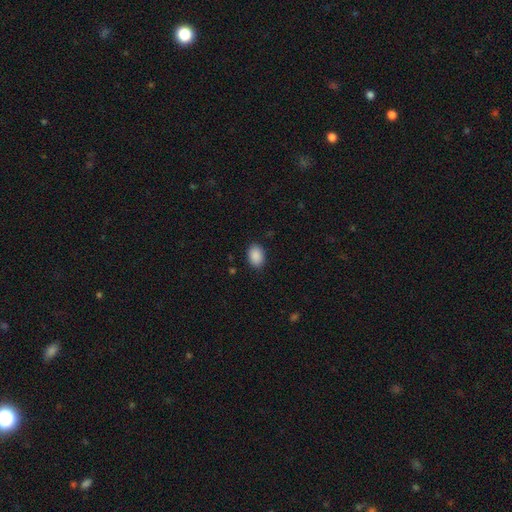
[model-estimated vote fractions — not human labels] smooth_or_featured: smooth (p=0.90) [alt: star or artifact p=0.07]
how_rounded: in between (p=0.81) [alt: round p=0.18]
merging: none (p=0.88) [alt: minor disturbance p=0.09]